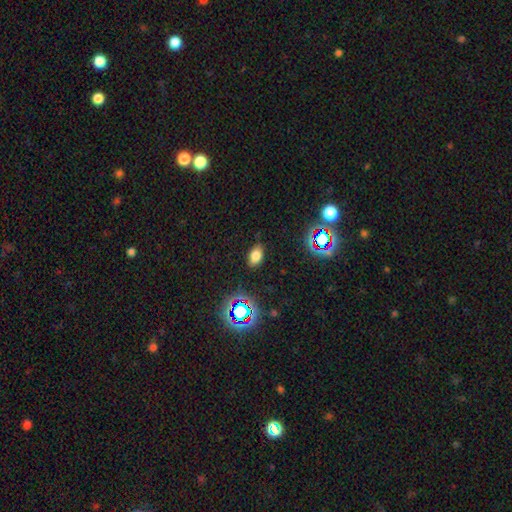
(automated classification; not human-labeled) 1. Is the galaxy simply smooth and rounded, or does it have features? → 74% smooth, 18% star or artifact, 8% featured or disk.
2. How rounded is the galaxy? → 86% in between, 13% round, 2% cigar-shaped.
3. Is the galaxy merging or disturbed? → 83% none, 12% minor disturbance, 3% major disturbance, 2% merger.